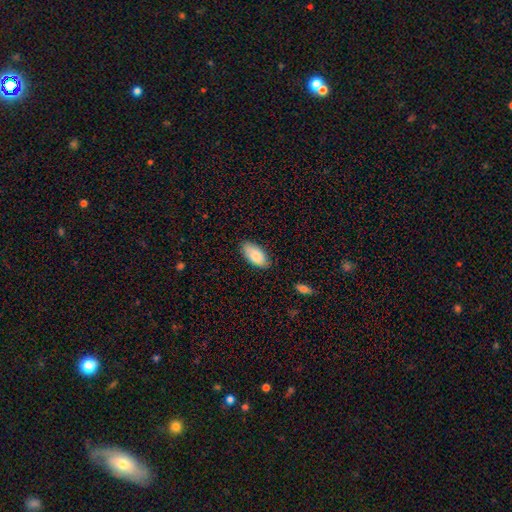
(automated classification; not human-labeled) This appears to be a smooth galaxy with no disk features (85%) that is in between round and cigar-shaped (93%). Merging: none (82%).